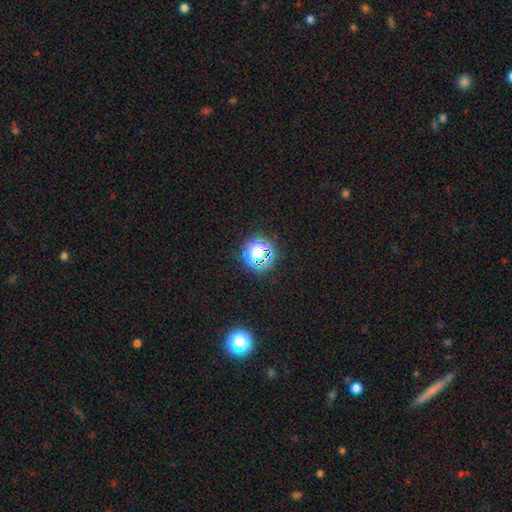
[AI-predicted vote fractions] A star or artifact, not a galaxy (55%).